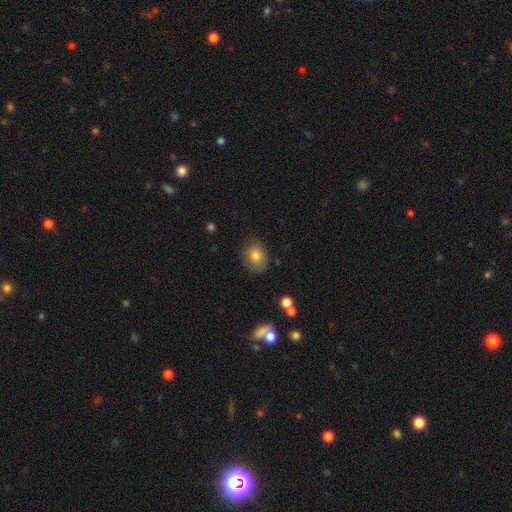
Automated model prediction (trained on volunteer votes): Smooth or featured? Predicted: smooth (p=0.77). How rounded? Predicted: round (p=0.53). Merging? Predicted: none (p=0.74).